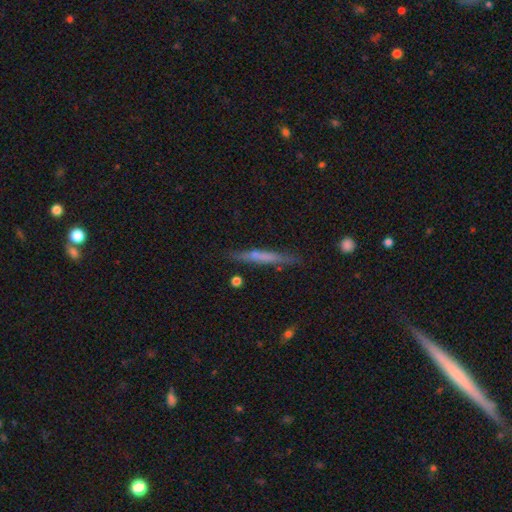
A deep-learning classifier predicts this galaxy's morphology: type=smooth (48%); merging=none (84%).